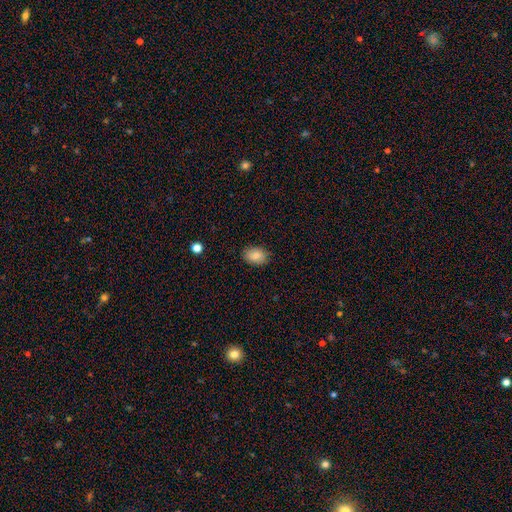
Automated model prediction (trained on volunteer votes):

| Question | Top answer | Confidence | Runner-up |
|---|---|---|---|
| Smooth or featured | smooth | 84% | featured or disk (8%) |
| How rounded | in between | 82% | round (17%) |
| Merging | none | 85% | minor disturbance (11%) |